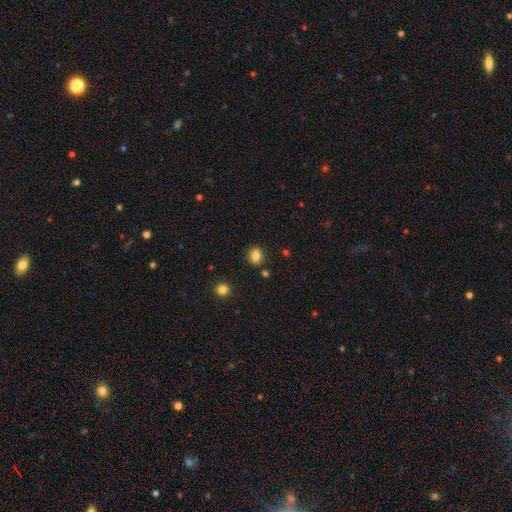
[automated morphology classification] Smooth or featured? Predicted: smooth (p=0.83). How rounded? Predicted: round (p=0.67). Merging? Predicted: none (p=0.86).